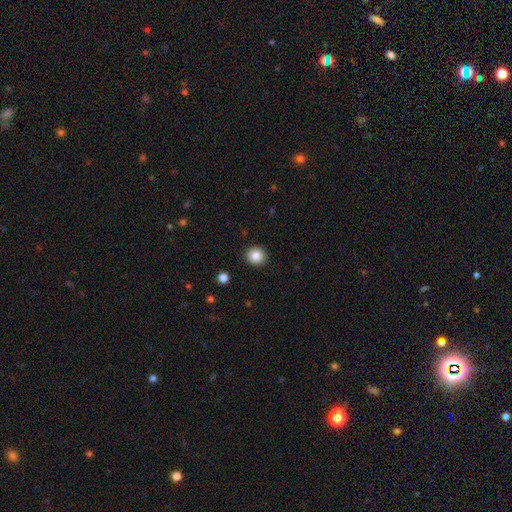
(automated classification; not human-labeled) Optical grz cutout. It shows a smooth galaxy with no disk features (86%) that is round (93%). Merging: none (92%).